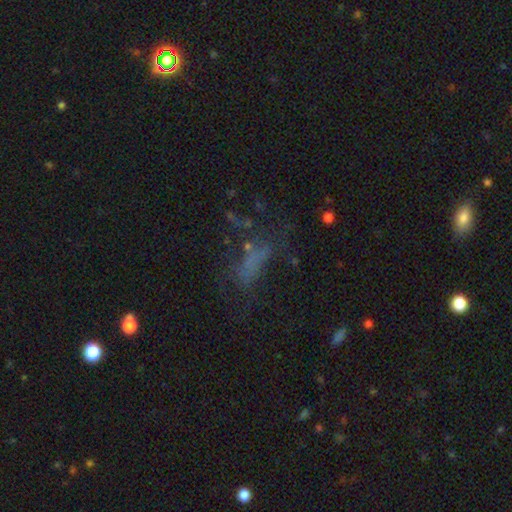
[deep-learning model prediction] Smooth or featured? smooth (44%)
Merging? none (43%)